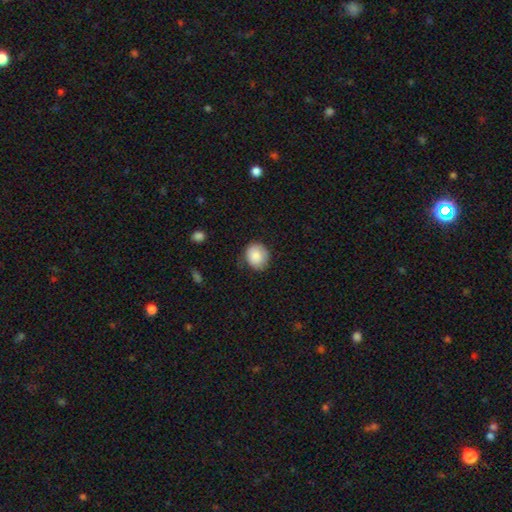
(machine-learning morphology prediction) Overall: smooth (87%). How rounded: round (71%). Merging: none (74%).